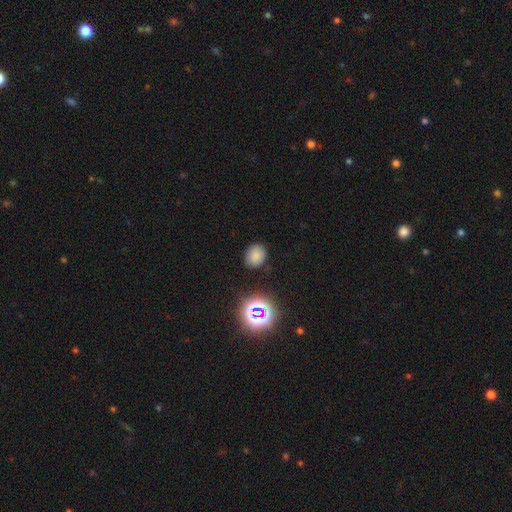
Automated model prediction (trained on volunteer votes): Q: Smooth or featured?
A: smooth (76%); runner-up: star or artifact (18%)
Q: How rounded?
A: round (53%); runner-up: in between (46%)
Q: Merging?
A: none (83%); runner-up: minor disturbance (12%)